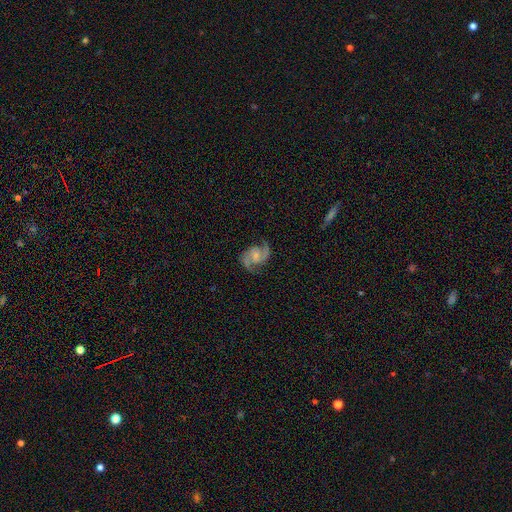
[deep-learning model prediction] Q: Smooth or featured?
A: featured or disk (90%); runner-up: smooth (5%)
Q: Edge-on disk?
A: no (98%); runner-up: yes (2%)
Q: Bar?
A: no (57%); runner-up: weak (35%)
Q: Spiral arms?
A: yes (98%); runner-up: no (2%)
Q: Spiral winding?
A: medium (59%); runner-up: loose (24%)
Q: Spiral arm count?
A: 2 (93%); runner-up: can't tell (2%)
Q: Bulge size?
A: small (57%); runner-up: moderate (36%)
Q: Merging?
A: none (80%); runner-up: minor disturbance (14%)